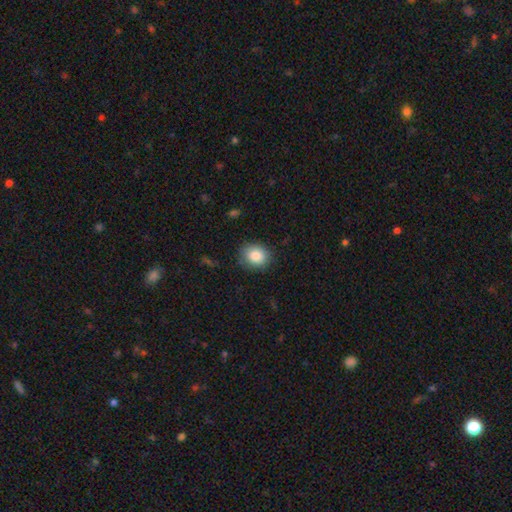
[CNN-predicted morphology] Smooth or featured?
  - smooth: 85% *
  - star or artifact: 9%
  - featured or disk: 6%
How rounded?
  - round: 65% *
  - in between: 34%
  - cigar-shaped: 1%
Merging?
  - none: 85% *
  - minor disturbance: 11%
  - major disturbance: 3%
  - merger: 1%